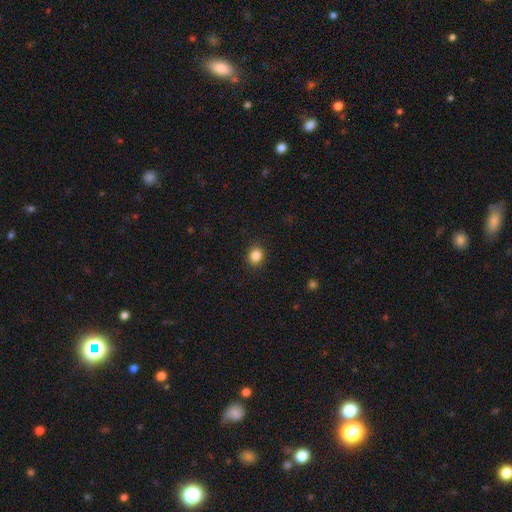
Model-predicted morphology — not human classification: Smooth or featured? Predicted: smooth (p=0.86). How rounded? Predicted: round (p=0.78). Merging? Predicted: none (p=0.91).